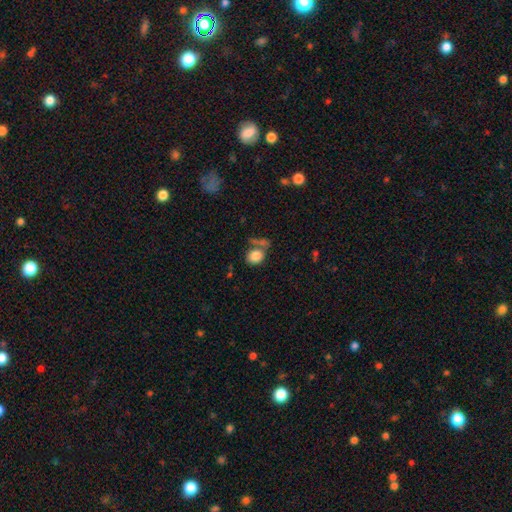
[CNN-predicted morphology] This is clearly a smooth galaxy (83%). How rounded: possibly in between (49%, tied with round). Merging: possibly none (50%).